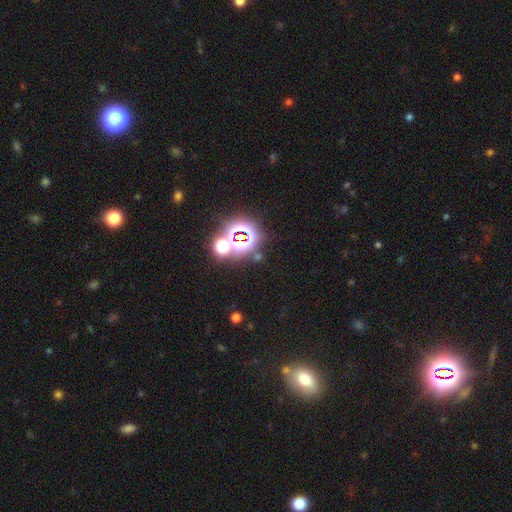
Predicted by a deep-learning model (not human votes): smooth-or-featured: star or artifact: 73% | smooth: 18% | featured or disk: 9%